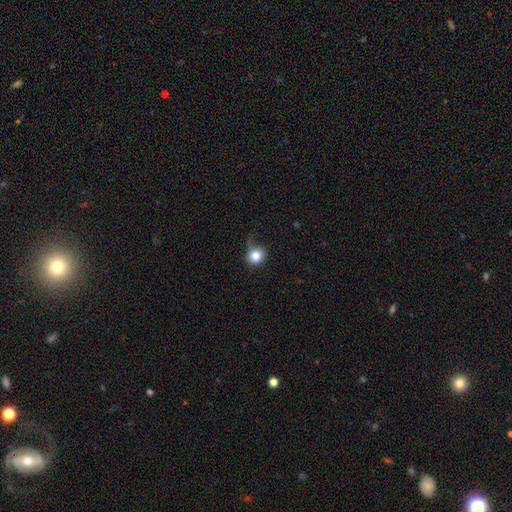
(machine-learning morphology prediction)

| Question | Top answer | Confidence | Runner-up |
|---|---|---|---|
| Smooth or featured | smooth | 81% | star or artifact (10%) |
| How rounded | round | 82% | in between (17%) |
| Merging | none | 50% | minor disturbance (30%) |